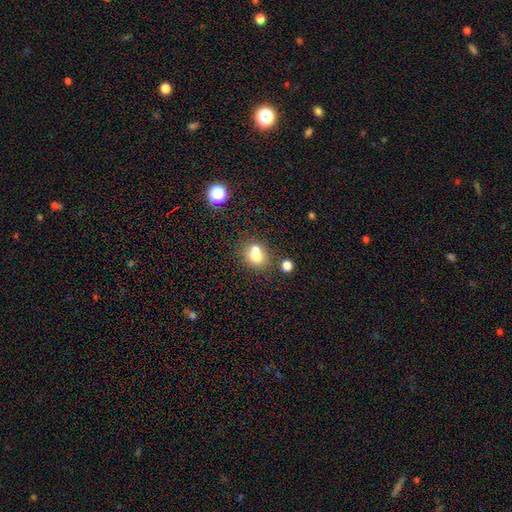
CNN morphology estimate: Smooth or featured: smooth — 69% (featured or disk — 18%)
How rounded: round — 65% (in between — 34%)
Merging: merger — 46% (none — 41%)